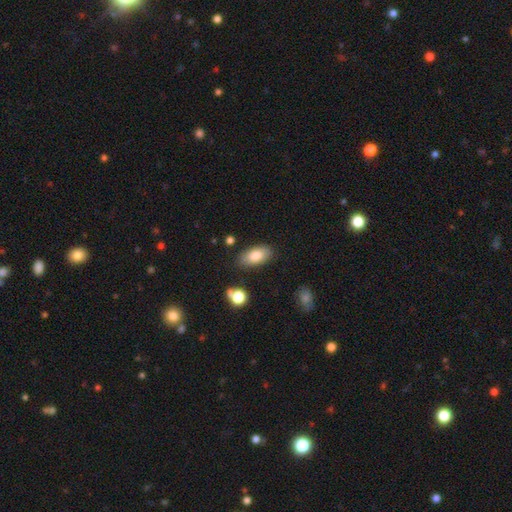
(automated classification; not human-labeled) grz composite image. It shows a smooth galaxy with no disk features (82%) that is in between round and cigar-shaped (92%). Merging: none (82%).